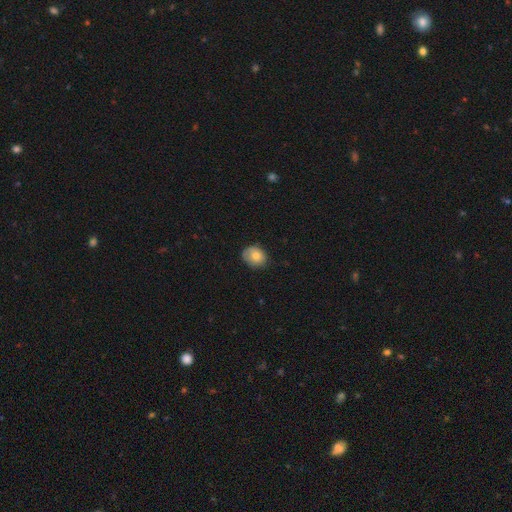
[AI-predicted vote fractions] smooth-or-featured: smooth: 79% | featured or disk: 13% | star or artifact: 8%
  how-rounded: round: 55% | in between: 44% | cigar-shaped: 1%
  merging: none: 73% | minor disturbance: 22% | major disturbance: 4% | merger: 1%